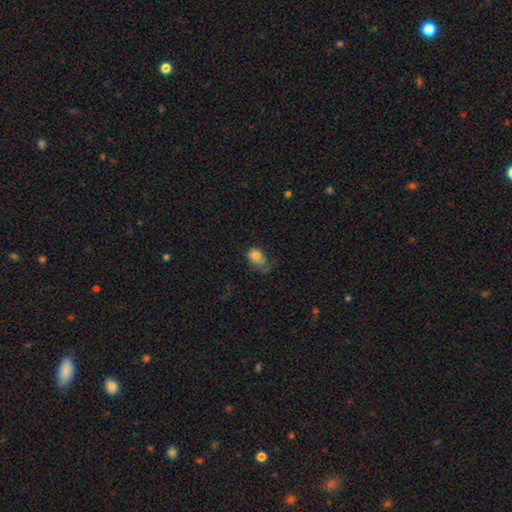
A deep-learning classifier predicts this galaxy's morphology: smooth 73%, featured or disk 17%, star or artifact 10%. Down the decision tree: how rounded — in between (73%); merging — major disturbance (37%).